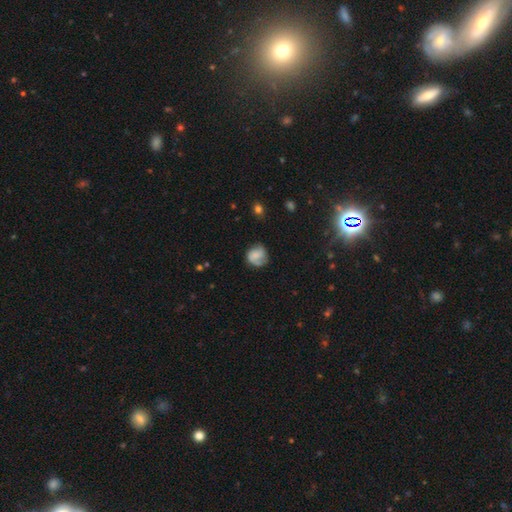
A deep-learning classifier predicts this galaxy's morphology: This appears to be a smooth galaxy with no disk features (52%) that is round (75%). Merging: none (59%).